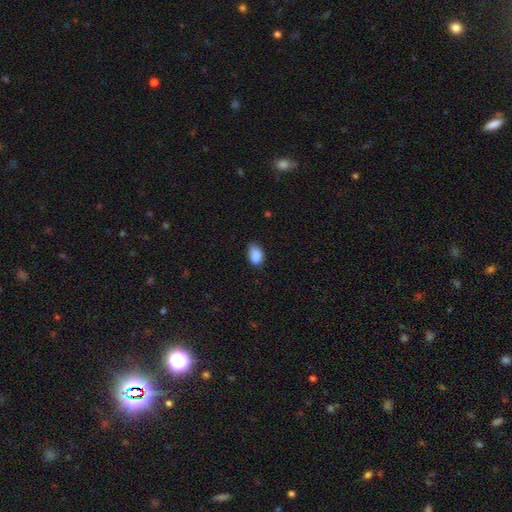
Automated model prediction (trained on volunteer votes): A smooth galaxy with no disk features (88%) that is in between round and cigar-shaped (83%). Merging: none (63%).